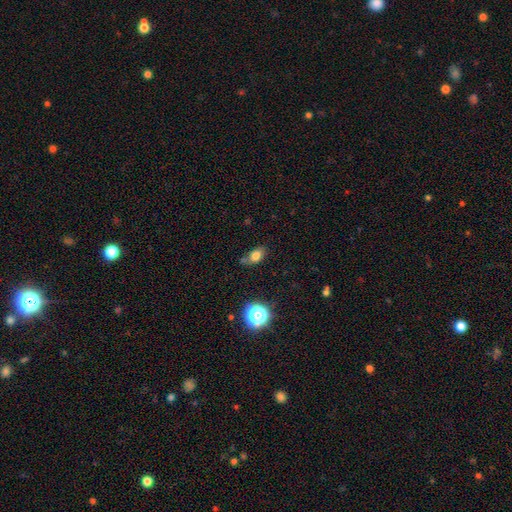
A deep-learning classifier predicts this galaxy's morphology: smooth-or-featured: smooth: 77% | star or artifact: 13% | featured or disk: 10%
  how-rounded: in between: 78% | round: 18% | cigar-shaped: 4%
  merging: none: 60% | minor disturbance: 26% | merger: 7% | major disturbance: 6%